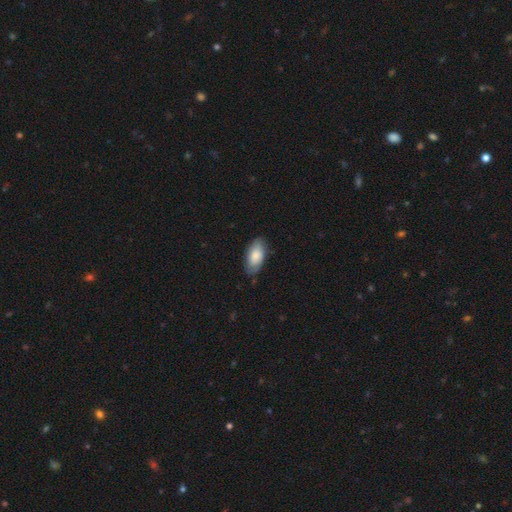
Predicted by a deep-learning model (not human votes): Smooth or featured: smooth — 76% (featured or disk — 18%)
How rounded: in between — 93% (cigar-shaped — 4%)
Merging: none — 76% (minor disturbance — 19%)